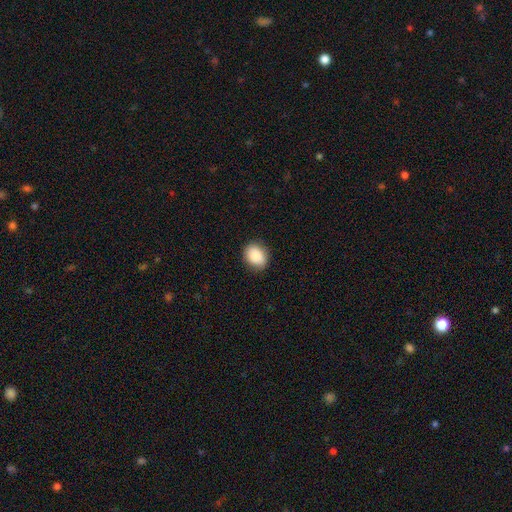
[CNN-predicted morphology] Smooth or featured: smooth — 89% (star or artifact — 7%)
How rounded: in between — 58% (round — 41%)
Merging: none — 84% (minor disturbance — 12%)